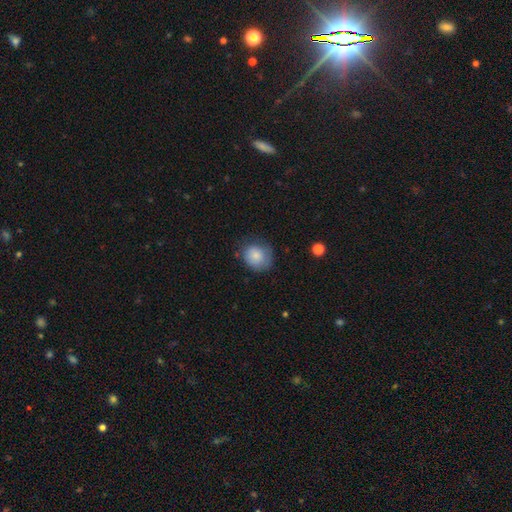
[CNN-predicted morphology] A smooth galaxy with no disk features (82%) that is round (75%). Merging: none (67%).